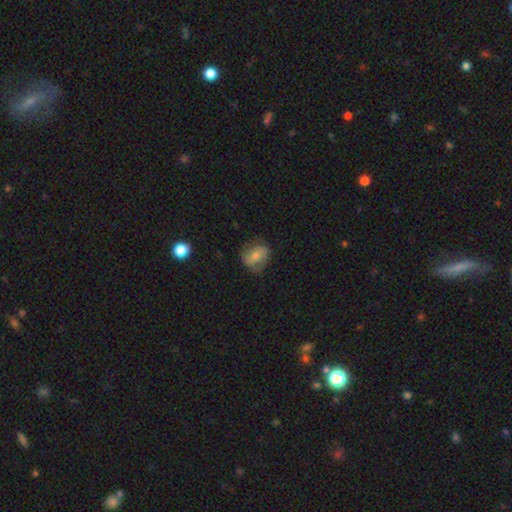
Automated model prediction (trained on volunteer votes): A smooth galaxy with no disk features (54%) that is round (52%).

Vote fractions:
- Smooth or featured? smooth: 54% / featured or disk: 37% / star or artifact: 10%
- How rounded? round: 52% / in between: 46% / cigar-shaped: 2%
- Merging? none: 69% / minor disturbance: 22% / major disturbance: 8% / merger: 1%